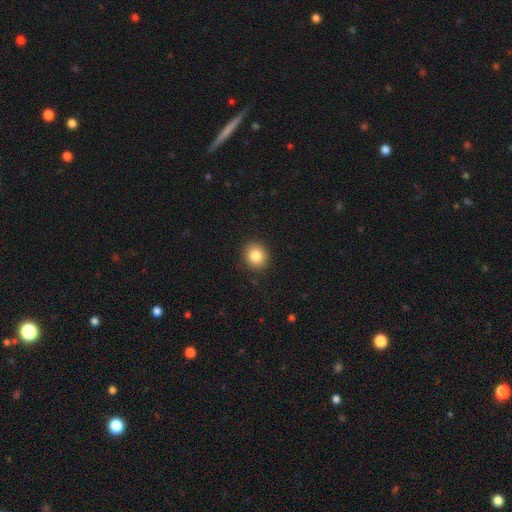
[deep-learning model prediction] A smooth galaxy with no disk features (84%) that is round (73%). Merging: none (90%).